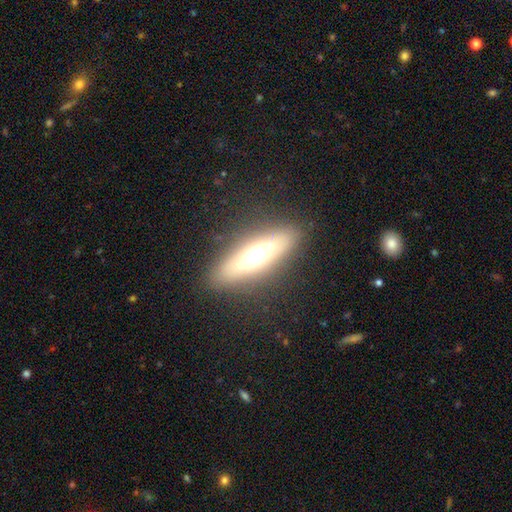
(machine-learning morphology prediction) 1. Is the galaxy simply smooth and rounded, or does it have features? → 51% featured or disk, 41% smooth, 8% star or artifact.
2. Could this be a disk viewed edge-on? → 73% yes, 27% no.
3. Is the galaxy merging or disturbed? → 86% none, 10% minor disturbance, 3% major disturbance, 1% merger.